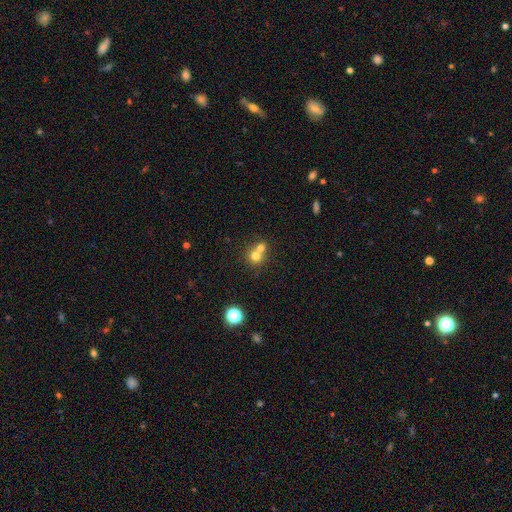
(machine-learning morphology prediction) smooth-or-featured: smooth: 71% | star or artifact: 15% | featured or disk: 15%
  how-rounded: round: 83% | in between: 16% | cigar-shaped: 1%
  merging: merger: 58% | none: 35% | minor disturbance: 5% | major disturbance: 2%